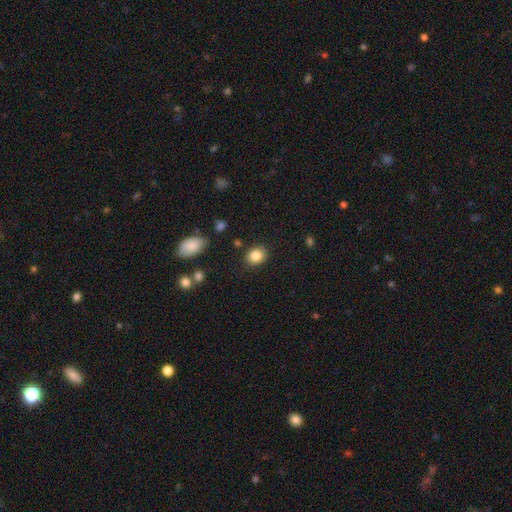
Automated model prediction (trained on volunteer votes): This appears to be a smooth galaxy with no disk features (85%) that is round (55%). Merging: none (85%).